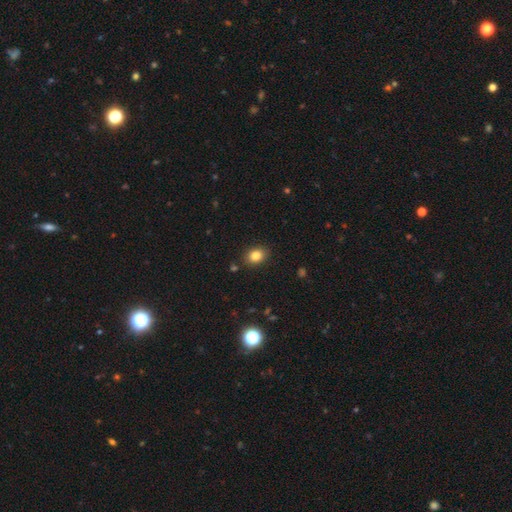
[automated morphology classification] Smooth or featured? smooth (83%)
How rounded? in between (58%)
Merging? none (87%)